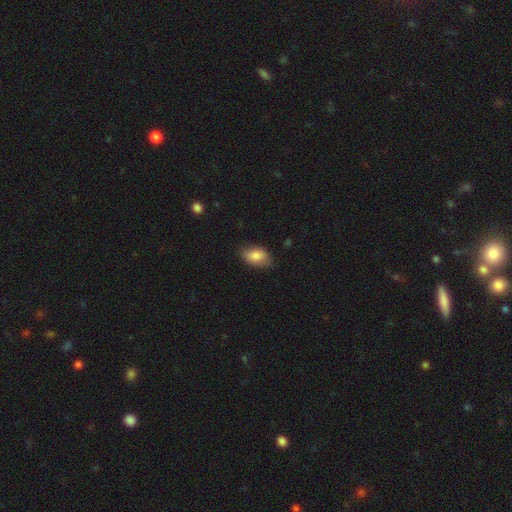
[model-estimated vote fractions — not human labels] smooth 83%, featured or disk 10%, star or artifact 7%. Down the decision tree: how rounded — in between (90%); merging — none (75%).